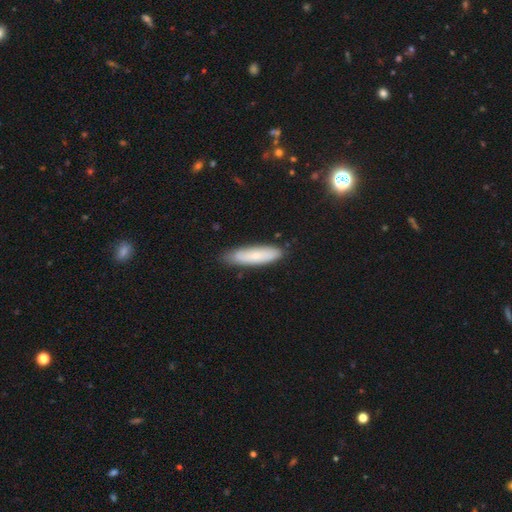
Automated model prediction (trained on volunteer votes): smooth 71%, featured or disk 22%, star or artifact 6%. Down the decision tree: how rounded — cigar-shaped (66%); merging — none (80%).